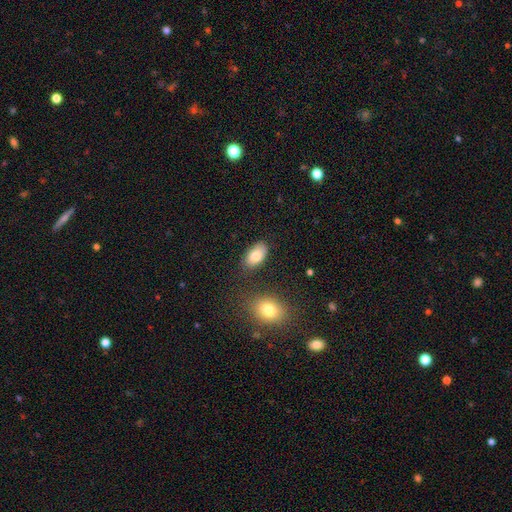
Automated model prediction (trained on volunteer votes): smooth 82%, featured or disk 10%, star or artifact 8%. Down the decision tree: how rounded — in between (93%); merging — none (79%).